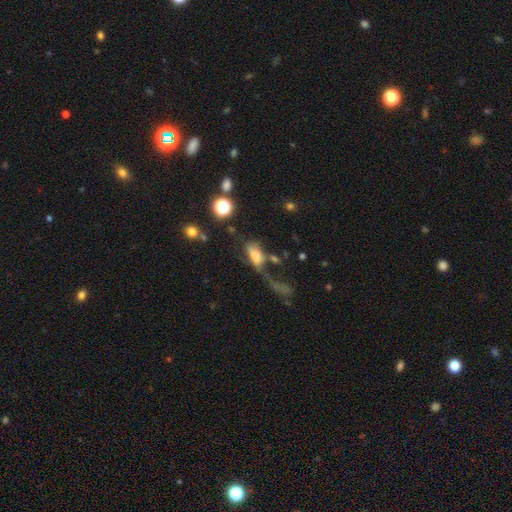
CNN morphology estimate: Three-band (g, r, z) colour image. It shows a smooth galaxy with no disk features (64%) that is in between round and cigar-shaped (86%). Merging: major disturbance (46%).